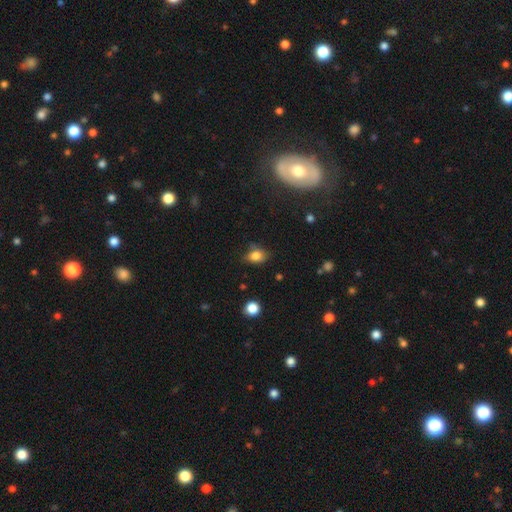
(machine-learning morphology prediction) smooth_or_featured: smooth (p=0.80) [alt: star or artifact p=0.11]
how_rounded: in between (p=0.64) [alt: round p=0.34]
merging: none (p=0.61) [alt: minor disturbance p=0.29]